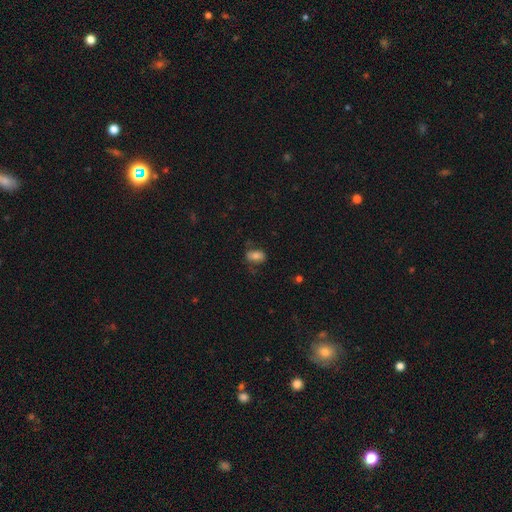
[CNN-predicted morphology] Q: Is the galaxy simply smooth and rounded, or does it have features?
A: smooth — 68%.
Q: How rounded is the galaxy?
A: in between — 84%.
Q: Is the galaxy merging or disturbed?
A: none — 64%.